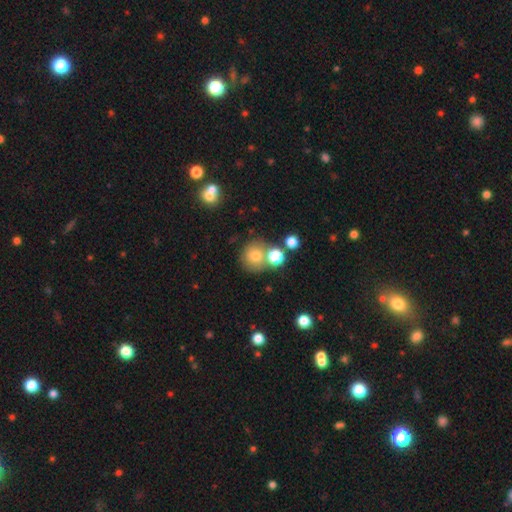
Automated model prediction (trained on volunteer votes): This is likely a smooth galaxy (75%). How rounded: clearly round (88%). Merging: possibly none (59%).